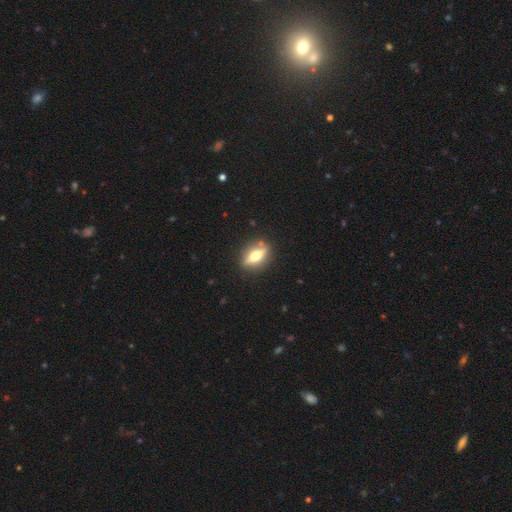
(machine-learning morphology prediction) A featured or disk galaxy (57%) viewed edge-on (81%).

Vote fractions:
- Smooth or featured? featured or disk: 57% / smooth: 35% / star or artifact: 8%
- Edge-on disk? yes: 81% / no: 19%
- Merging? none: 85% / minor disturbance: 10% / major disturbance: 3% / merger: 2%